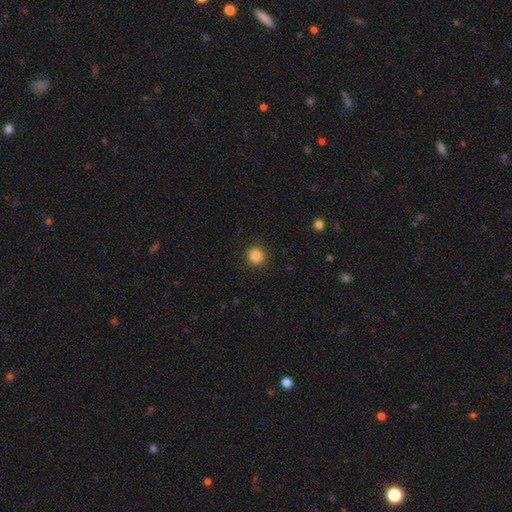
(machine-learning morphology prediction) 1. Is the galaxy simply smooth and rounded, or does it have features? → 85% smooth, 11% star or artifact, 4% featured or disk.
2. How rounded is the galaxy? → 94% round, 5% in between, 1% cigar-shaped.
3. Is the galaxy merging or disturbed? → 92% none, 5% minor disturbance, 2% major disturbance, 1% merger.